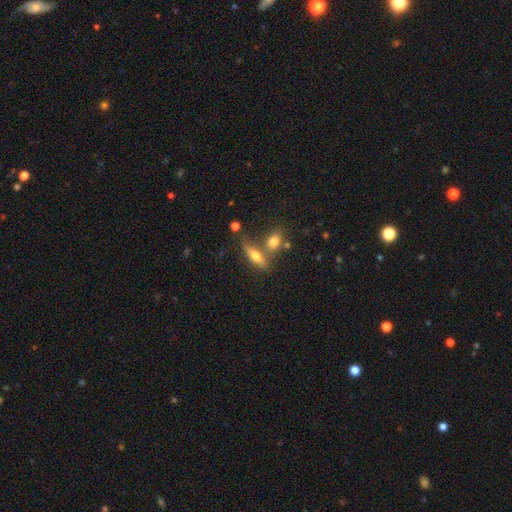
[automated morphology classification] smooth_or_featured: smooth (p=0.54) [alt: featured or disk p=0.37]
how_rounded: cigar-shaped (p=0.50) [alt: in between p=0.45]
merging: none (p=0.54) [alt: merger p=0.29]